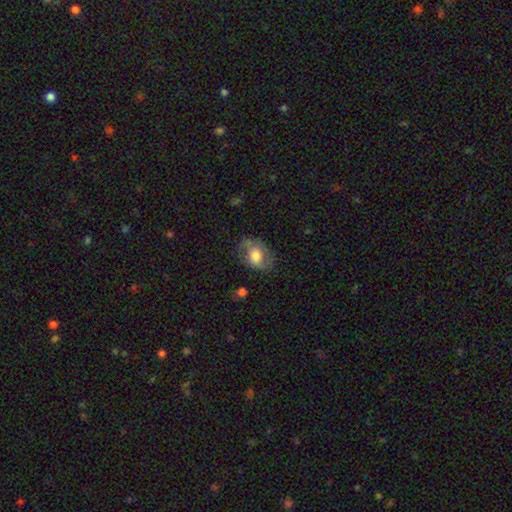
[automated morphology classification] smooth_or_featured: featured or disk (p=0.48) [alt: smooth p=0.45]
merging: none (p=0.66) [alt: minor disturbance p=0.21]